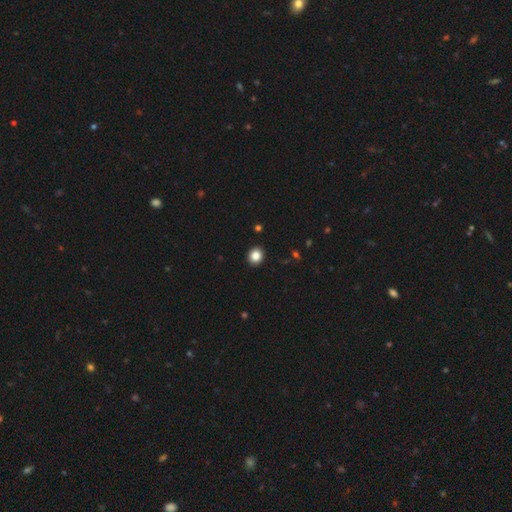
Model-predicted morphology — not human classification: smooth 86%, star or artifact 10%, featured or disk 4%. Down the decision tree: how rounded — round (78%); merging — none (92%).